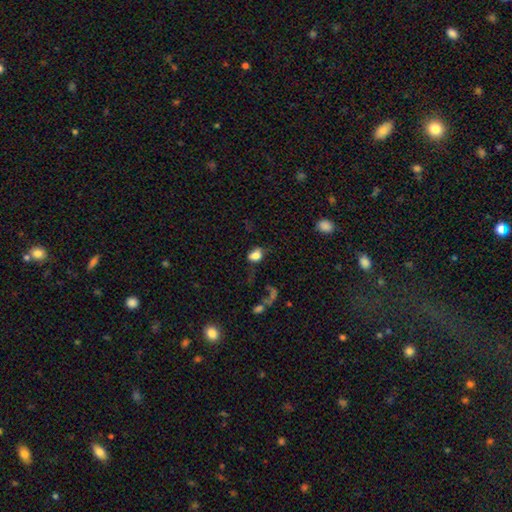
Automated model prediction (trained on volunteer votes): Morphology: type=smooth (74%); roundness=in between (75%); merging=none (39%).